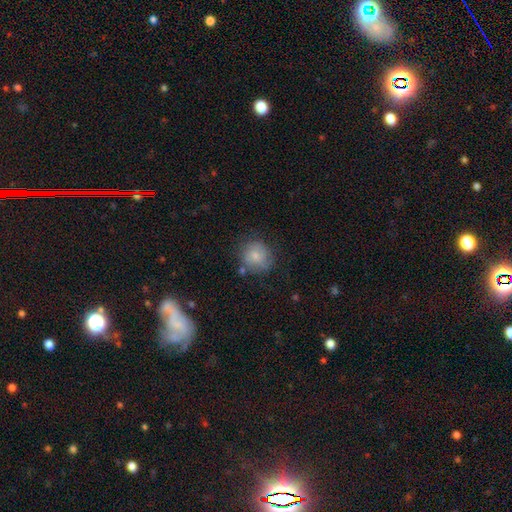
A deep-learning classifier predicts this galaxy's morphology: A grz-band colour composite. It shows a smooth galaxy with no disk features (70%) that is round (86%). Merging: none (67%).